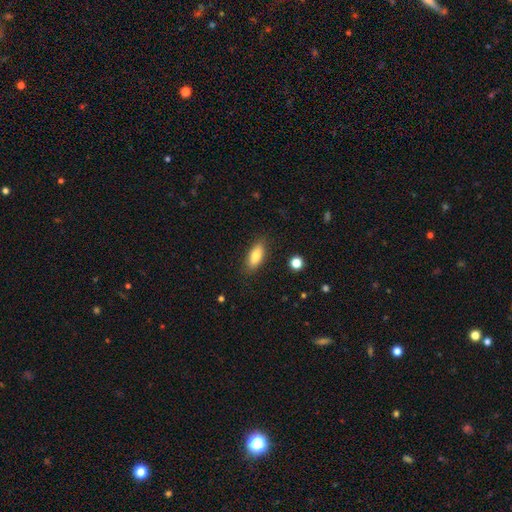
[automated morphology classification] Smooth or featured? smooth (80%)
How rounded? in between (79%)
Merging? none (83%)